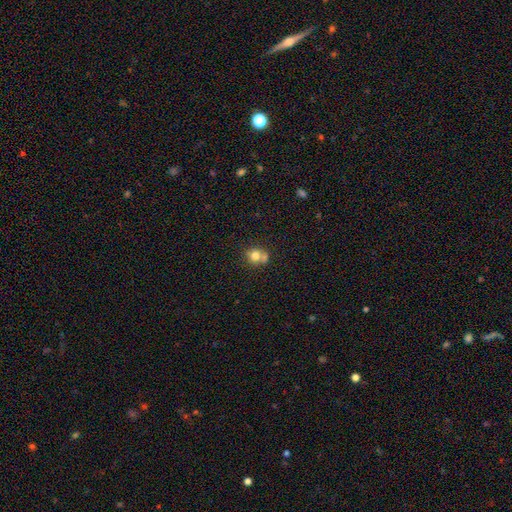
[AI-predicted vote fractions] smooth 75%, featured or disk 14%, star or artifact 11%. Down the decision tree: how rounded — round (79%); merging — none (46%).